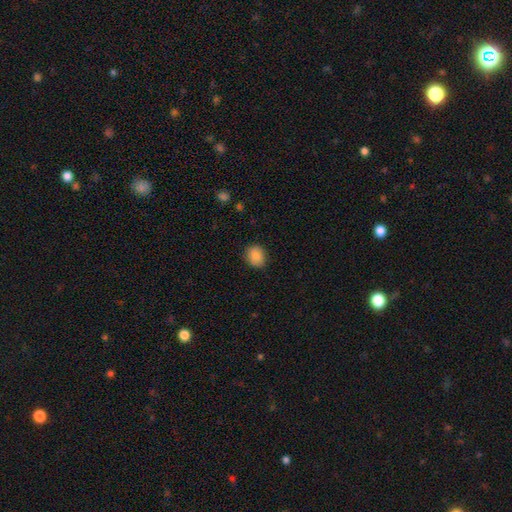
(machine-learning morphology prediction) A smooth galaxy with no disk features (88%) that is round (60%).

Vote fractions:
- Smooth or featured? smooth: 88% / star or artifact: 8% / featured or disk: 4%
- How rounded? round: 60% / in between: 39% / cigar-shaped: 1%
- Merging? none: 86% / minor disturbance: 11% / major disturbance: 3% / merger: 1%